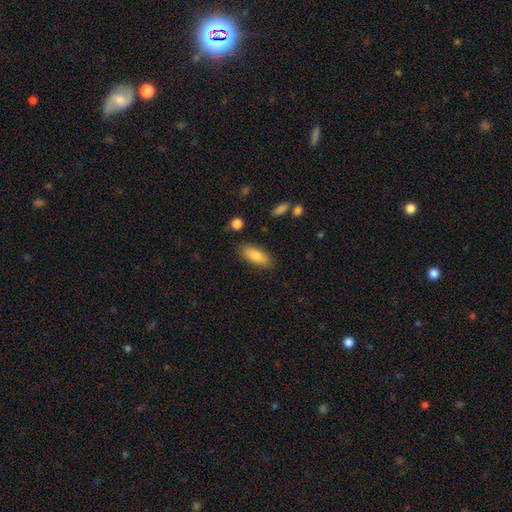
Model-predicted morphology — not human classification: Smooth or featured?
  - smooth: 80% *
  - featured or disk: 14%
  - star or artifact: 7%
How rounded?
  - in between: 72% *
  - cigar-shaped: 25%
  - round: 2%
Merging?
  - none: 84% *
  - minor disturbance: 11%
  - major disturbance: 3%
  - merger: 2%